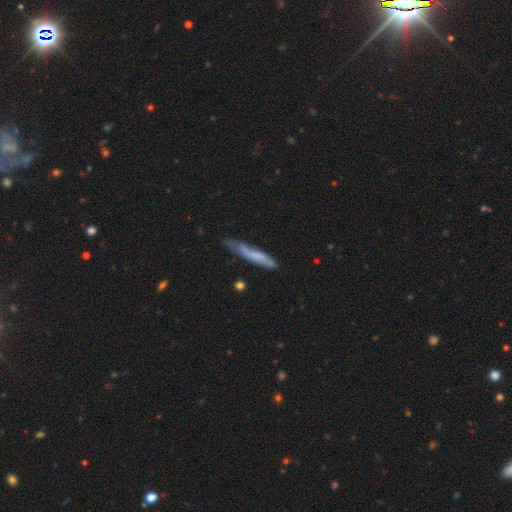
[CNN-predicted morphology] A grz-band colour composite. It shows a smooth galaxy with no disk features (57%) that is cigar-shaped (91%). Merging: none (54%).